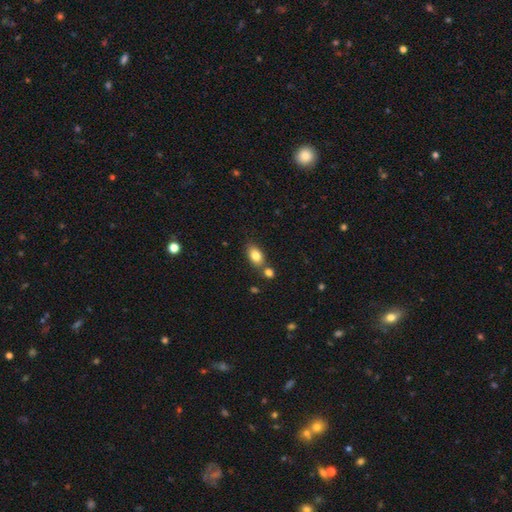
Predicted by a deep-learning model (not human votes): smooth_or_featured: smooth (p=0.81) [alt: featured or disk p=0.10]
how_rounded: in between (p=0.84) [alt: round p=0.13]
merging: none (p=0.67) [alt: merger p=0.18]